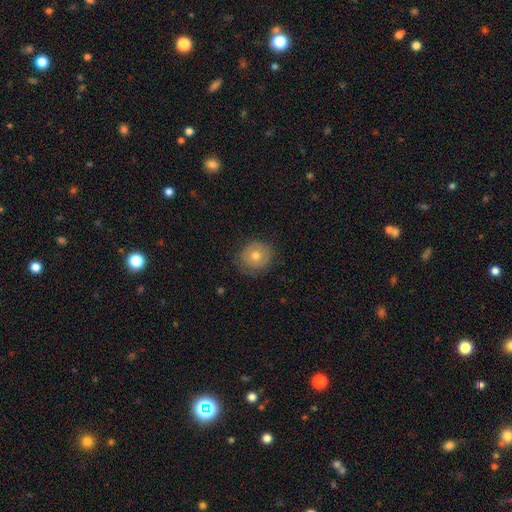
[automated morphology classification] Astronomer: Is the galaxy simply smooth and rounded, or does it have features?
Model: smooth — 65%.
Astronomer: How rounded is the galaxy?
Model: round — 89%.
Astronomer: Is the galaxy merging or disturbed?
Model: none — 82%.